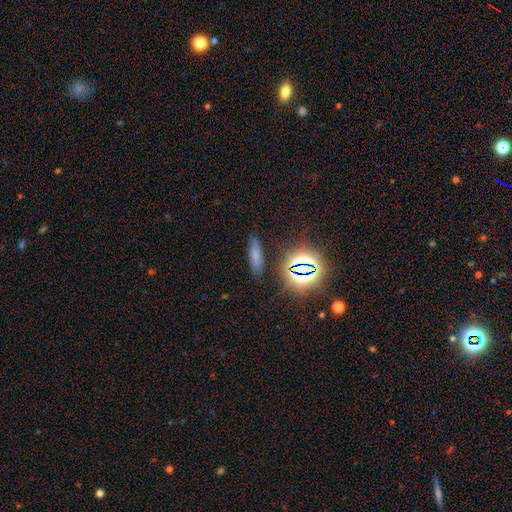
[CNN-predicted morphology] smooth_or_featured: smooth (p=0.60) [alt: star or artifact p=0.26]
how_rounded: cigar-shaped (p=0.57) [alt: in between p=0.38]
merging: none (p=0.78) [alt: minor disturbance p=0.15]